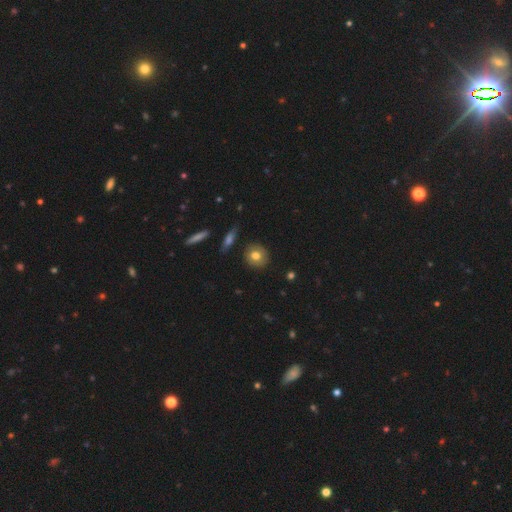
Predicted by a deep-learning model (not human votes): This is likely a smooth galaxy (75%). How rounded: clearly round (86%). Merging: clearly none (87%).